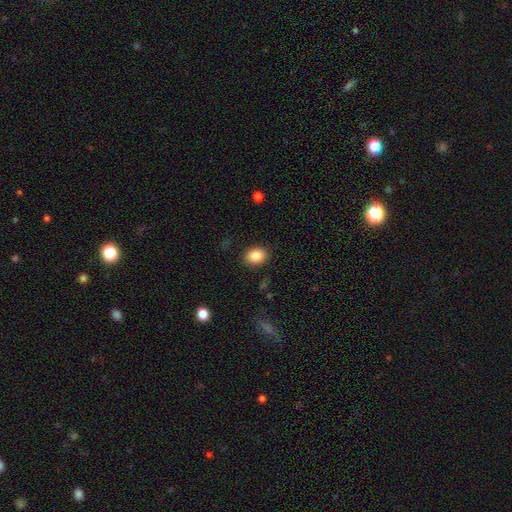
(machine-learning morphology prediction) Smooth or featured? Predicted: smooth (p=0.86). How rounded? Predicted: in between (p=0.62). Merging? Predicted: none (p=0.86).